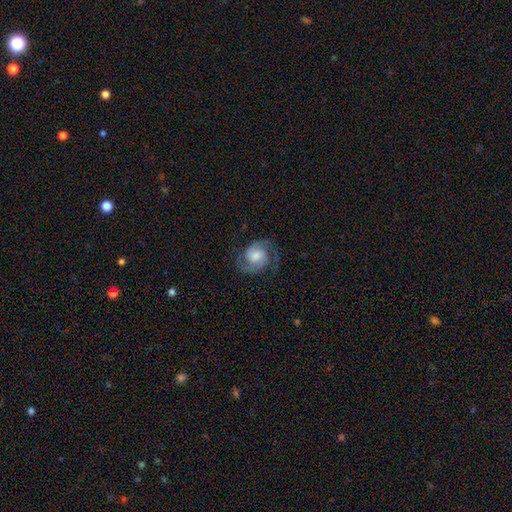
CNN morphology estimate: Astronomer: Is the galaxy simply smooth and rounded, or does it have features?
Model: featured or disk — 83%.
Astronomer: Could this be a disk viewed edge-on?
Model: no — 98%.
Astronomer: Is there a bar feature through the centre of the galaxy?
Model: no — 55% (runner-up: weak, 38%).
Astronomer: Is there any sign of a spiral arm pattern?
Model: yes — 97%.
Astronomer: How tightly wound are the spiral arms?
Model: medium — 51% (runner-up: tight, 33%).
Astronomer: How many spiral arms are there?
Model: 2 — 91%.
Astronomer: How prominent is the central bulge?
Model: moderate — 45% (runner-up: small, 22%).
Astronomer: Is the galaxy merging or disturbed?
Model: none — 75%.